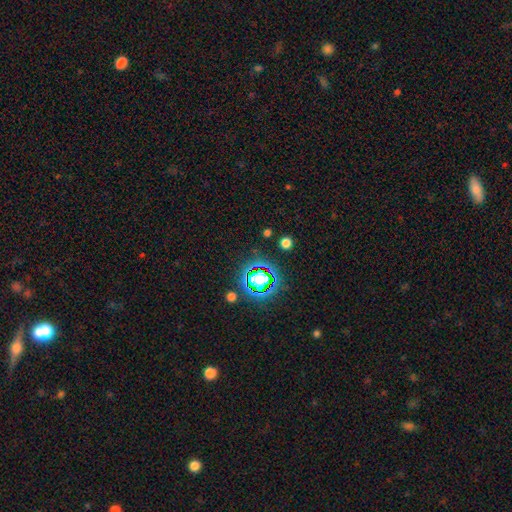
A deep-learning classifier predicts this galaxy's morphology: type=star or artifact (80%).